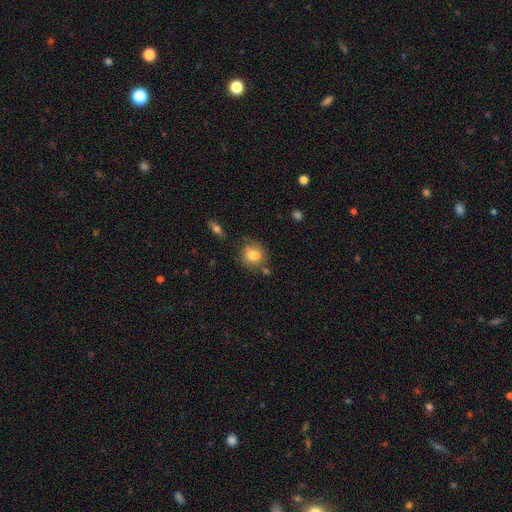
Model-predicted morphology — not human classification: smooth_or_featured: smooth (p=0.78) [alt: featured or disk p=0.12]
how_rounded: round (p=0.61) [alt: in between p=0.37]
merging: none (p=0.64) [alt: minor disturbance p=0.20]